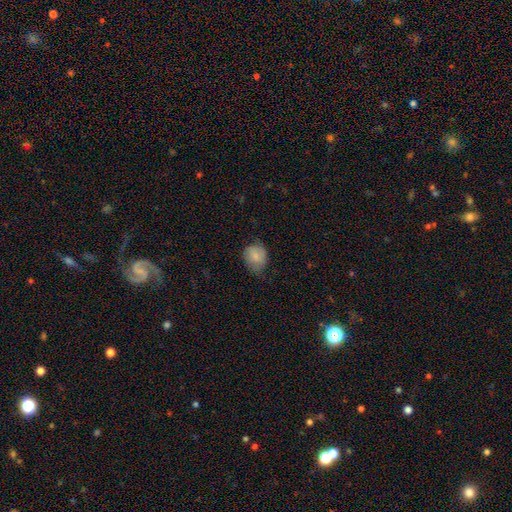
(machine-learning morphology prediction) Smooth or featured? smooth (81%)
How rounded? round (61%)
Merging? none (58%)